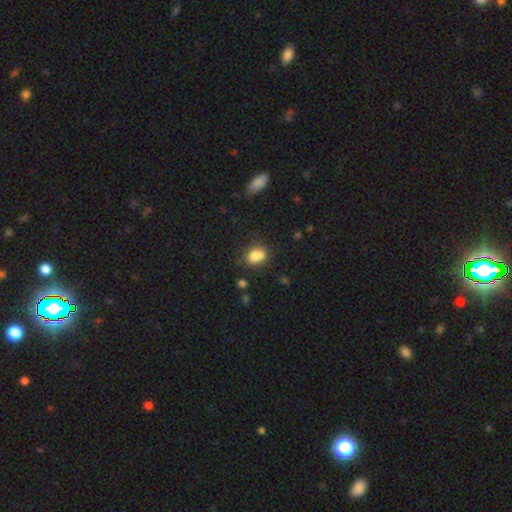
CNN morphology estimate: smooth_or_featured: smooth (p=0.82) [alt: star or artifact p=0.10]
how_rounded: in between (p=0.62) [alt: round p=0.36]
merging: none (p=0.63) [alt: minor disturbance p=0.22]